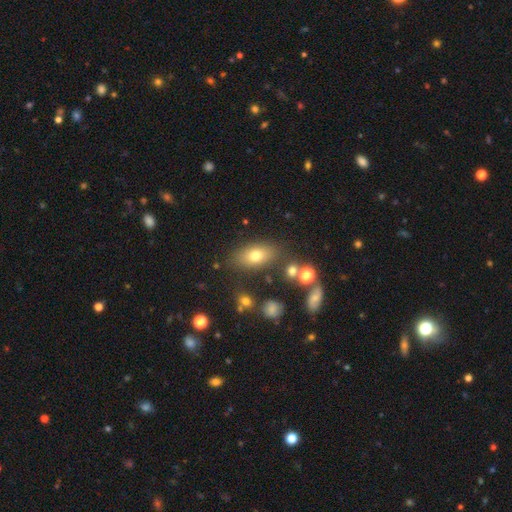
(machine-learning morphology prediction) smooth 73%, featured or disk 16%, star or artifact 11%. Down the decision tree: how rounded — in between (84%); merging — none (77%).